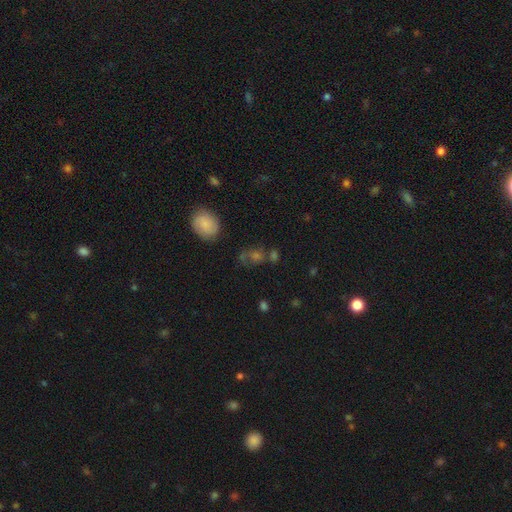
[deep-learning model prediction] smooth-or-featured: smooth: 47% | star or artifact: 35% | featured or disk: 18%
  merging: none: 55% | merger: 21% | minor disturbance: 15% | major disturbance: 10%